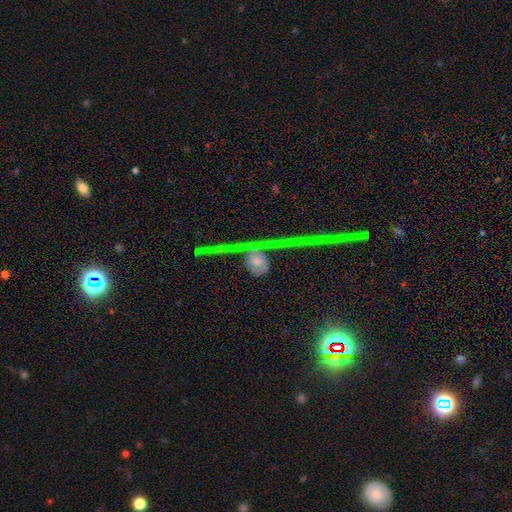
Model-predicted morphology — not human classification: Overall: featured or disk (46%; star or artifact 30%). Merging: none (41%; major disturbance 25%).